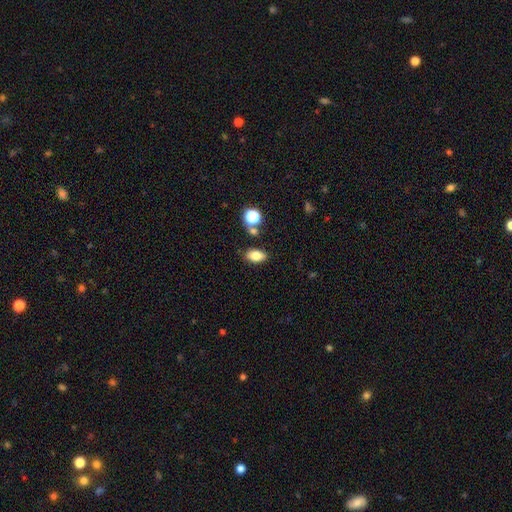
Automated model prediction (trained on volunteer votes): Morphology: type=smooth (78%); roundness=in between (86%); merging=none (81%).